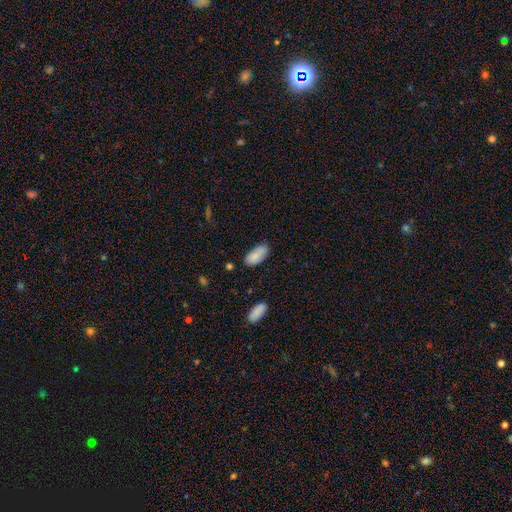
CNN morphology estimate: A smooth galaxy with no disk features (85%) that is in between round and cigar-shaped (92%). Merging: none (75%).